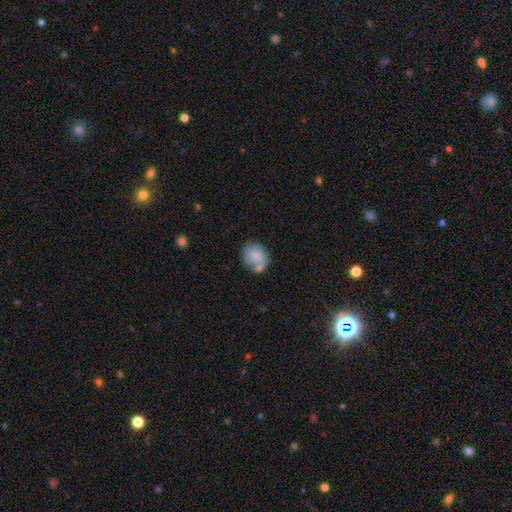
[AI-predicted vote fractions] Morphology: type=smooth (76%); roundness=round (57%); merging=none (53%).